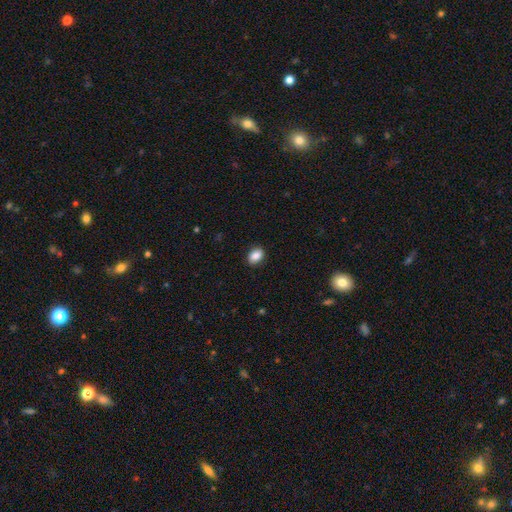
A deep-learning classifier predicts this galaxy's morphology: smooth-or-featured: smooth: 87% | star or artifact: 8% | featured or disk: 5%
  how-rounded: in between: 76% | round: 23% | cigar-shaped: 1%
  merging: none: 89% | minor disturbance: 8% | major disturbance: 2% | merger: 1%